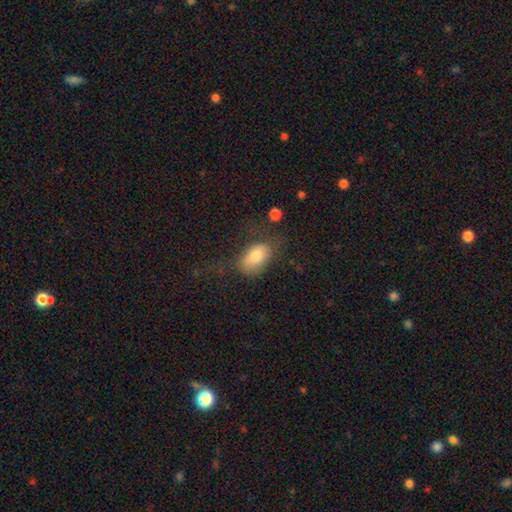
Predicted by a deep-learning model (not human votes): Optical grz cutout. It shows a smooth galaxy with no disk features (79%) that is in between round and cigar-shaped (91%). Merging: none (50%).